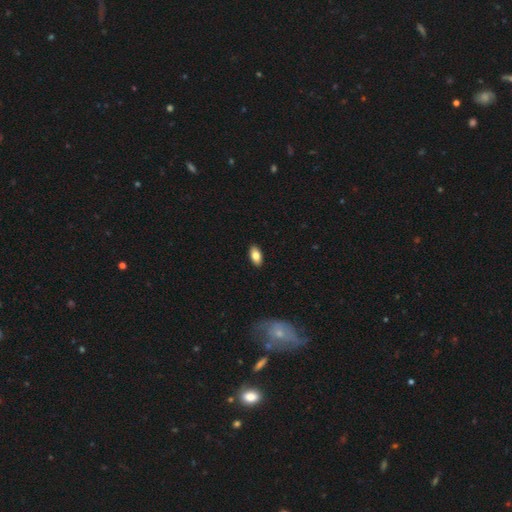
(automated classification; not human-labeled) A smooth galaxy with no disk features (82%) that is in between round and cigar-shaped (92%). Merging: none (90%).